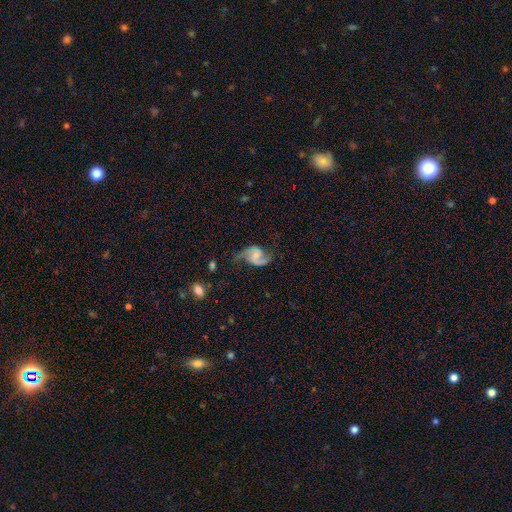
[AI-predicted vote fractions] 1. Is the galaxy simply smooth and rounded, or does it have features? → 86% featured or disk, 8% smooth, 6% star or artifact.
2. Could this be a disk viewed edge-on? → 98% no, 2% yes.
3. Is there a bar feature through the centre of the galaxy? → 47% no, 42% weak, 11% strong.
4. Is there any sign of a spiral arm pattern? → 96% yes, 4% no.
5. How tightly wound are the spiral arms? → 48% loose, 41% medium, 10% tight.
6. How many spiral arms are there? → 92% 2, 3% 1, 2% can't tell, 1% 3, 1% 4, 1% more than 4.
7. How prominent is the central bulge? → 49% small, 27% moderate, 20% none, 3% large, 1% dominant.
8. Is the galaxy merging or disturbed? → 64% none, 20% minor disturbance, 13% major disturbance, 3% merger.